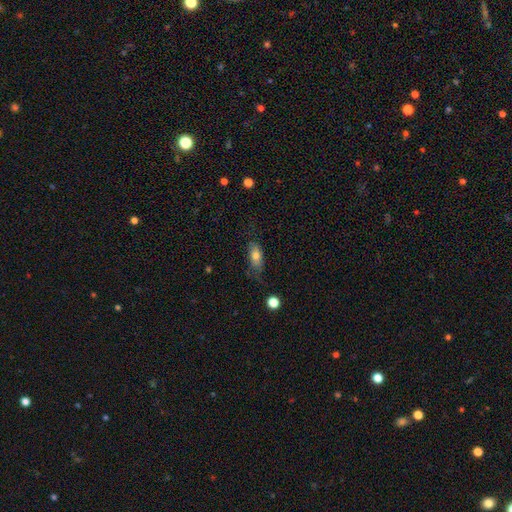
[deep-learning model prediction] A smooth galaxy with no disk features (74%) that is in between round and cigar-shaped (84%).

Vote fractions:
- Smooth or featured? smooth: 74% / featured or disk: 17% / star or artifact: 8%
- How rounded? in between: 84% / cigar-shaped: 11% / round: 6%
- Merging? none: 57% / minor disturbance: 29% / major disturbance: 12% / merger: 2%